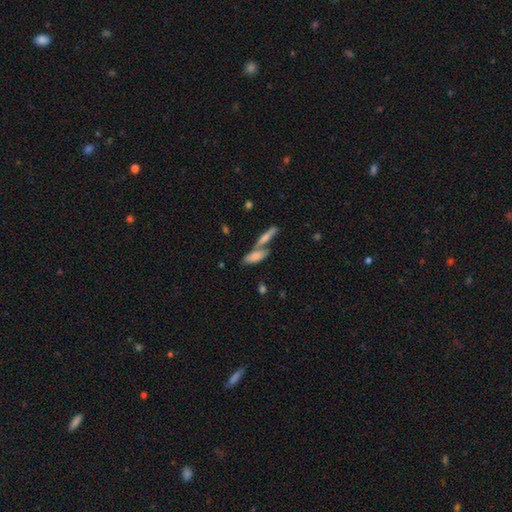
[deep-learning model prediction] This appears to be a smooth galaxy with no disk features (68%) that is in between round and cigar-shaped (61%). Merging: merger (47%).